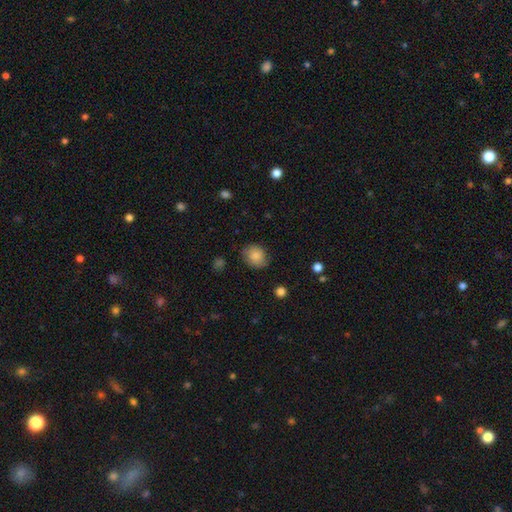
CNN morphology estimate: Smooth or featured?
  - smooth: 83% *
  - star or artifact: 8%
  - featured or disk: 8%
How rounded?
  - round: 61% *
  - in between: 39%
  - cigar-shaped: 1%
Merging?
  - none: 78% *
  - minor disturbance: 17%
  - major disturbance: 4%
  - merger: 1%